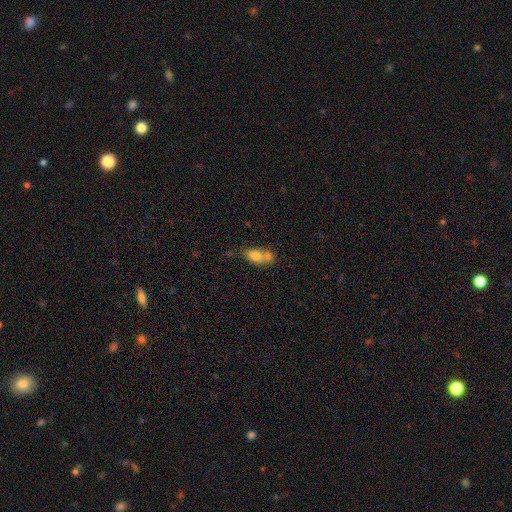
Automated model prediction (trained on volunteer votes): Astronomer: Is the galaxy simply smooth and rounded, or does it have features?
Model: smooth — 74%.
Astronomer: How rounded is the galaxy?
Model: in between — 80%.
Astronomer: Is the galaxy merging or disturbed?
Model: merger — 50% (runner-up: none, 31%).